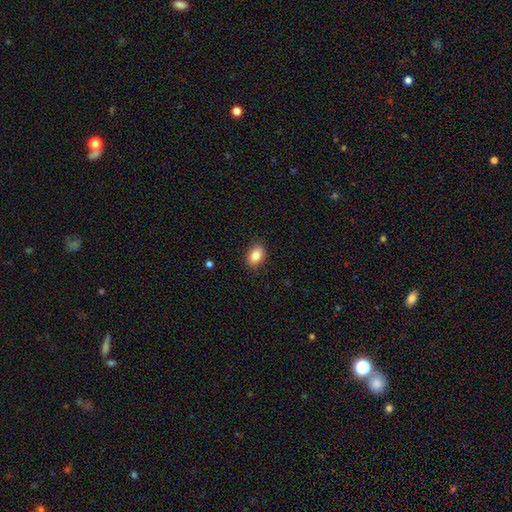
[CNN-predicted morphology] smooth_or_featured: smooth (p=0.84) [alt: star or artifact p=0.09]
how_rounded: in between (p=0.78) [alt: round p=0.21]
merging: none (p=0.88) [alt: minor disturbance p=0.09]